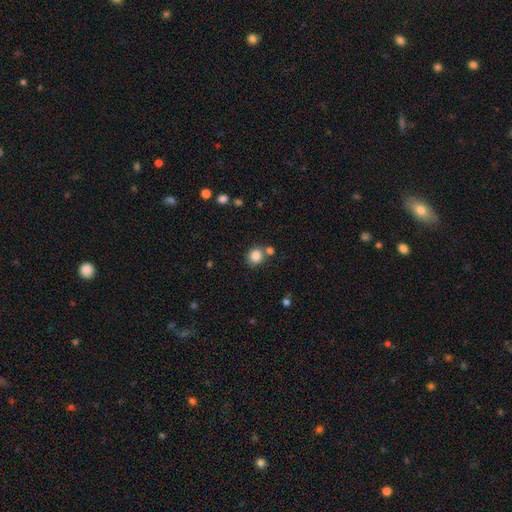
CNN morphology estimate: type=smooth (85%); roundness=round (80%); merging=none (68%).